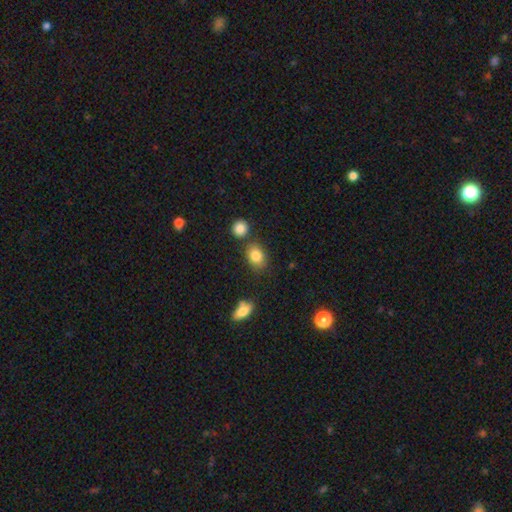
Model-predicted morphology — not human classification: smooth 84%, star or artifact 9%, featured or disk 7%. Down the decision tree: how rounded — in between (70%); merging — none (71%).